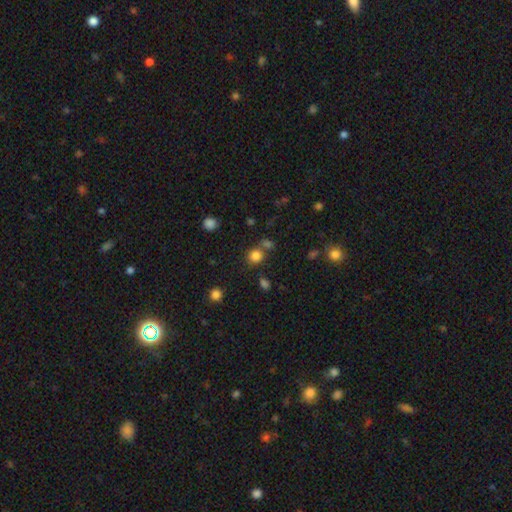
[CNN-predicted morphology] A smooth galaxy with no disk features (80%) that is round (85%).

Vote fractions:
- Smooth or featured? smooth: 80% / star or artifact: 15% / featured or disk: 5%
- How rounded? round: 85% / in between: 14% / cigar-shaped: 1%
- Merging? none: 71% / merger: 16% / minor disturbance: 9% / major disturbance: 4%